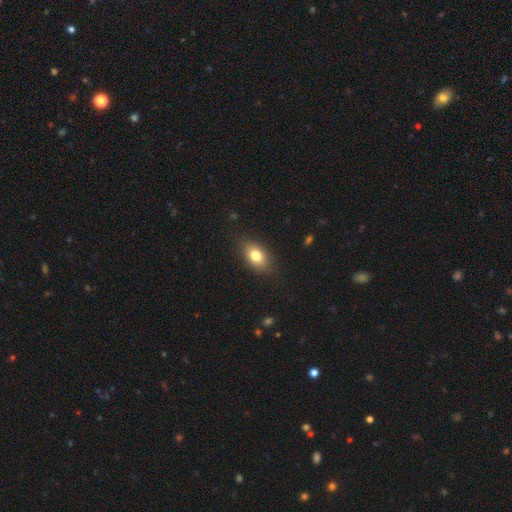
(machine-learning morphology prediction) Smooth or featured: smooth — 78% (featured or disk — 13%)
How rounded: in between — 83% (round — 14%)
Merging: none — 83% (minor disturbance — 13%)